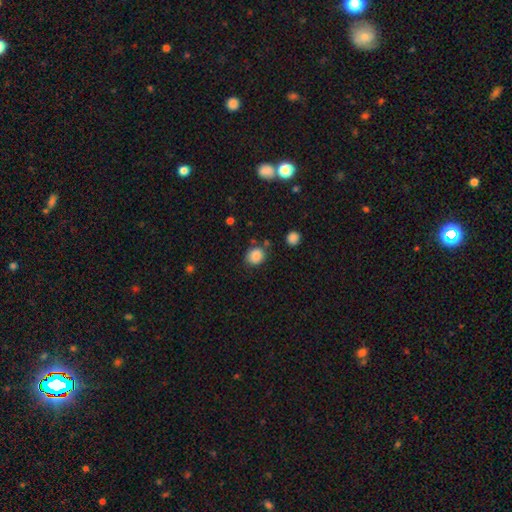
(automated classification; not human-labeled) Smooth or featured: smooth — 85% (star or artifact — 10%)
How rounded: round — 74% (in between — 25%)
Merging: none — 77% (minor disturbance — 13%)